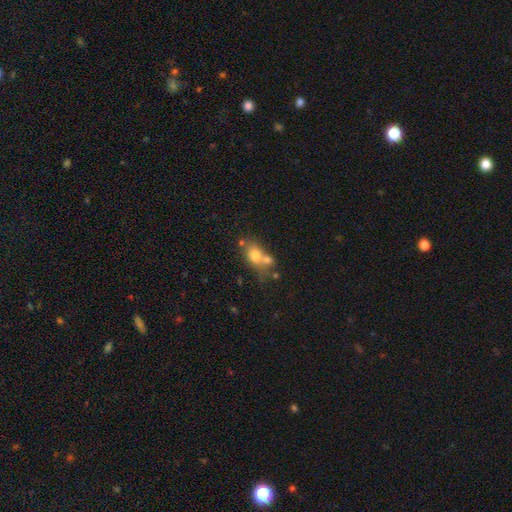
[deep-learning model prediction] Morphology: type=smooth (71%); roundness=in between (59%); merging=merger (49%).